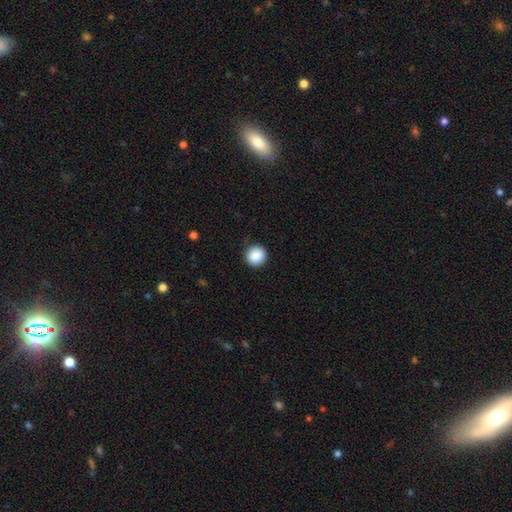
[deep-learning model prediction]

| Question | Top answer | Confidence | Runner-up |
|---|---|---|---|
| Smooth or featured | smooth | 88% | star or artifact (9%) |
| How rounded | round | 95% | in between (4%) |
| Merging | none | 88% | minor disturbance (8%) |